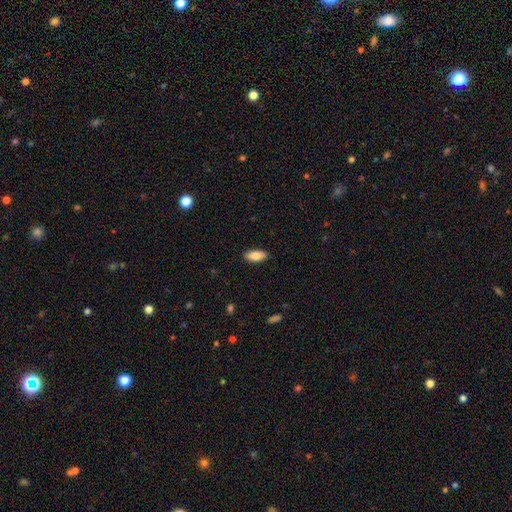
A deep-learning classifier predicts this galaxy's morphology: This is clearly a smooth galaxy (86%). How rounded: clearly in between (88%). Merging: clearly none (89%).